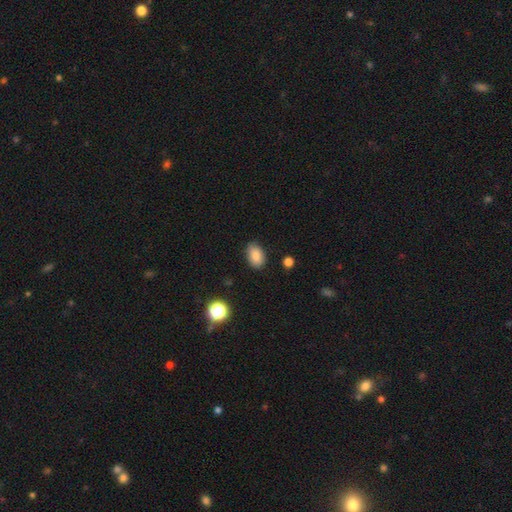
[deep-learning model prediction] A smooth galaxy with no disk features (86%) that is in between round and cigar-shaped (87%).

Vote fractions:
- Smooth or featured? smooth: 86% / star or artifact: 9% / featured or disk: 5%
- How rounded? in between: 87% / round: 12% / cigar-shaped: 1%
- Merging? none: 80% / minor disturbance: 16% / major disturbance: 3% / merger: 1%